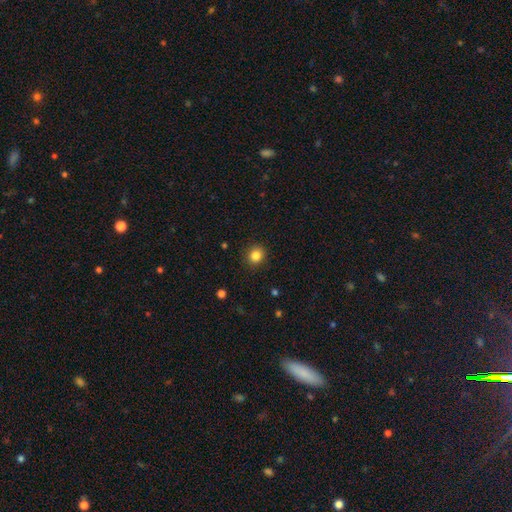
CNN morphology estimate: This is clearly a smooth galaxy (84%). How rounded: clearly round (83%). Merging: clearly none (90%).